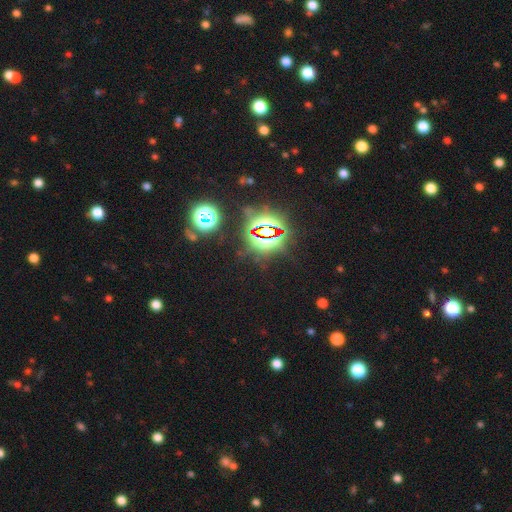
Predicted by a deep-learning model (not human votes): smooth_or_featured: star or artifact (p=0.78) [alt: smooth p=0.16]